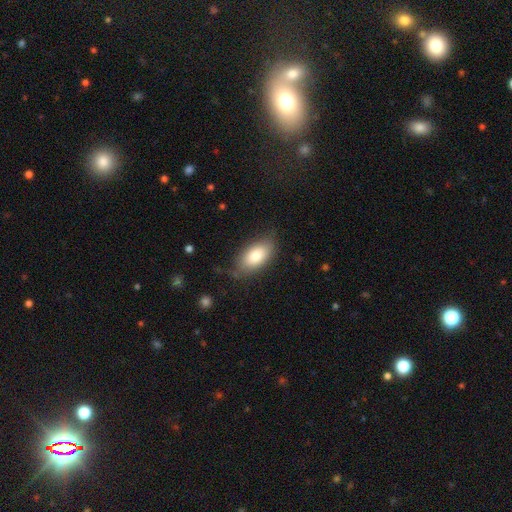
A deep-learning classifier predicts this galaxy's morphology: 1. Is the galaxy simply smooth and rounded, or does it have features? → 82% smooth, 11% featured or disk, 6% star or artifact.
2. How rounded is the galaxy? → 93% in between, 4% round, 3% cigar-shaped.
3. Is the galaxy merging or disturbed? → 74% none, 19% minor disturbance, 5% major disturbance, 2% merger.